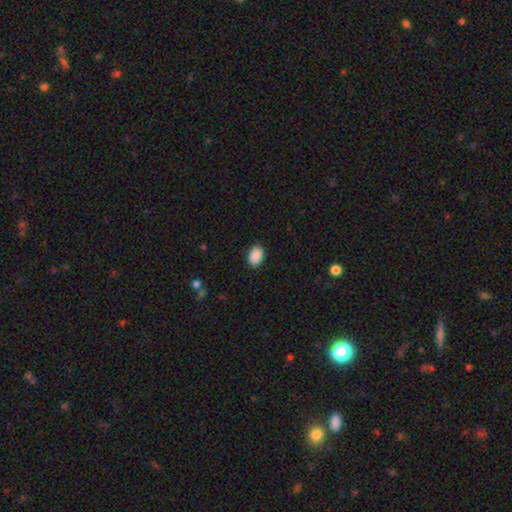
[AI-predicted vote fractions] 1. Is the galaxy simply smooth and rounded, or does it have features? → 90% smooth, 7% star or artifact, 2% featured or disk.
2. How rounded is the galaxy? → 80% in between, 19% round, 1% cigar-shaped.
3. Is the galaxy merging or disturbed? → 88% none, 9% minor disturbance, 2% major disturbance, 1% merger.